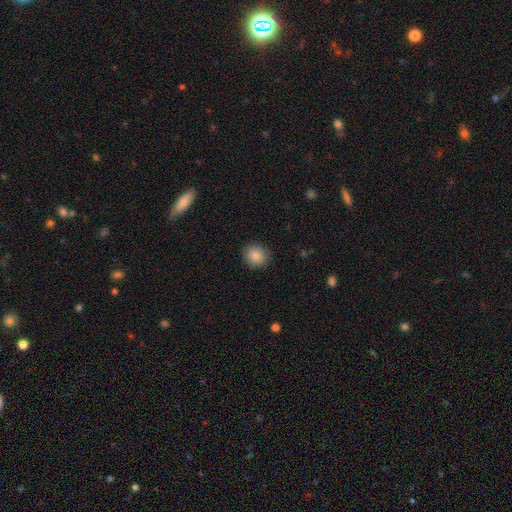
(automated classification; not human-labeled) Smooth or featured?
  - smooth: 87% *
  - star or artifact: 9%
  - featured or disk: 4%
How rounded?
  - round: 79% *
  - in between: 20%
  - cigar-shaped: 1%
Merging?
  - none: 90% *
  - minor disturbance: 7%
  - major disturbance: 2%
  - merger: 1%